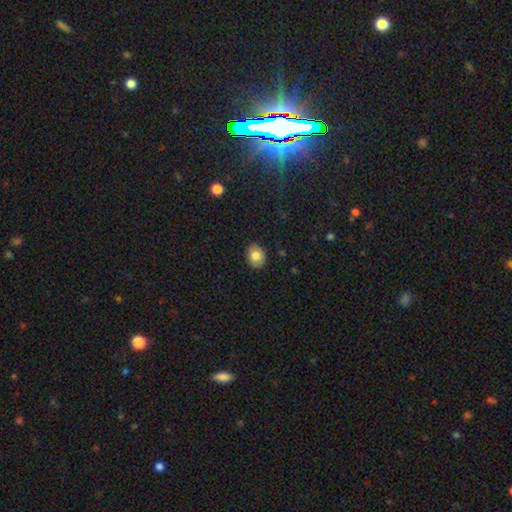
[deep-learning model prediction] Smooth or featured?
  - smooth: 81% *
  - featured or disk: 10%
  - star or artifact: 8%
How rounded?
  - in between: 55% *
  - round: 44%
  - cigar-shaped: 1%
Merging?
  - none: 88% *
  - minor disturbance: 9%
  - major disturbance: 2%
  - merger: 1%